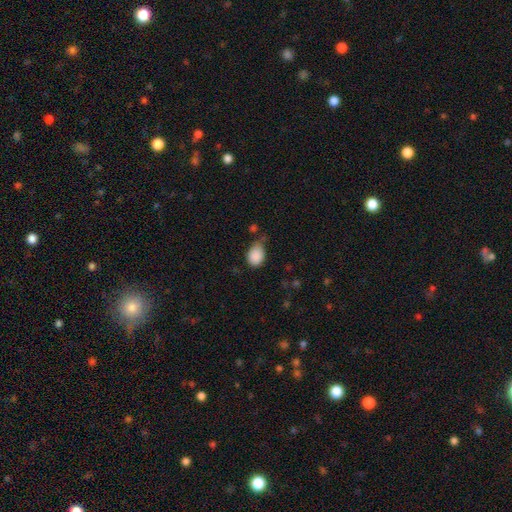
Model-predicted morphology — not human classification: smooth 88%, star or artifact 8%, featured or disk 4%. Down the decision tree: how rounded — in between (66%); merging — none (49%).